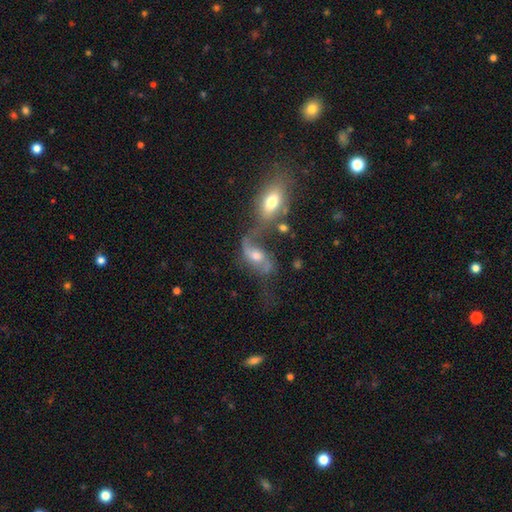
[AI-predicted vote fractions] Q: Smooth or featured?
A: featured or disk (62%); runner-up: smooth (27%)
Q: Edge-on disk?
A: no (91%); runner-up: yes (9%)
Q: Bar?
A: no (58%); runner-up: weak (33%)
Q: Spiral arms?
A: yes (78%); runner-up: no (22%)
Q: Bulge size?
A: moderate (60%); runner-up: small (24%)
Q: Merging?
A: merger (47%); runner-up: none (21%)